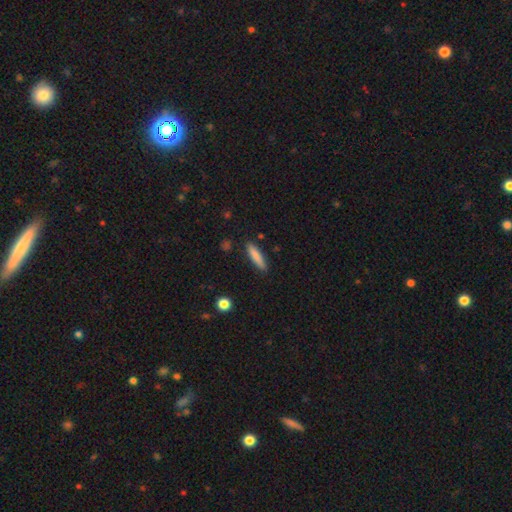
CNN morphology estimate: smooth 82%, featured or disk 11%, star or artifact 6%. Down the decision tree: how rounded — cigar-shaped (83%); merging — none (87%).